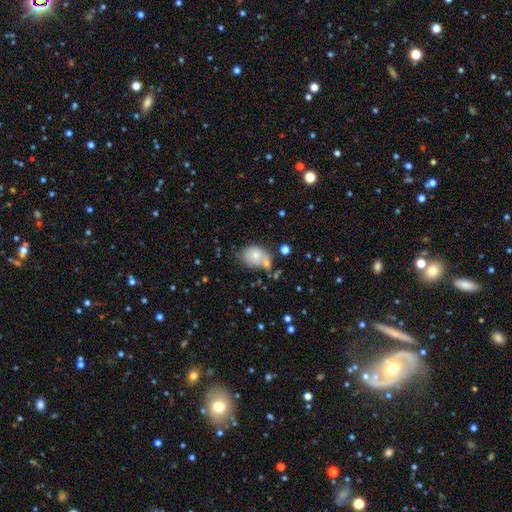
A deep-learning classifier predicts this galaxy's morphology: A smooth galaxy with no disk features (75%) that is in between round and cigar-shaped (59%).

Vote fractions:
- Smooth or featured? smooth: 75% / featured or disk: 16% / star or artifact: 9%
- How rounded? in between: 59% / round: 40% / cigar-shaped: 1%
- Merging? none: 44% / merger: 25% / minor disturbance: 23% / major disturbance: 9%